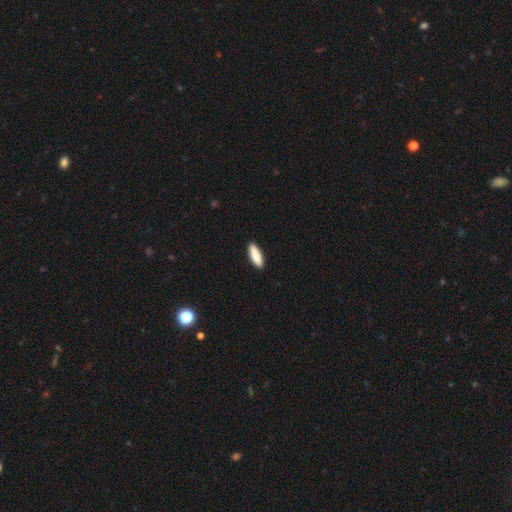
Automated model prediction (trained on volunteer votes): smooth 84%, featured or disk 11%, star or artifact 6%. Down the decision tree: how rounded — cigar-shaped (52%); merging — none (91%).